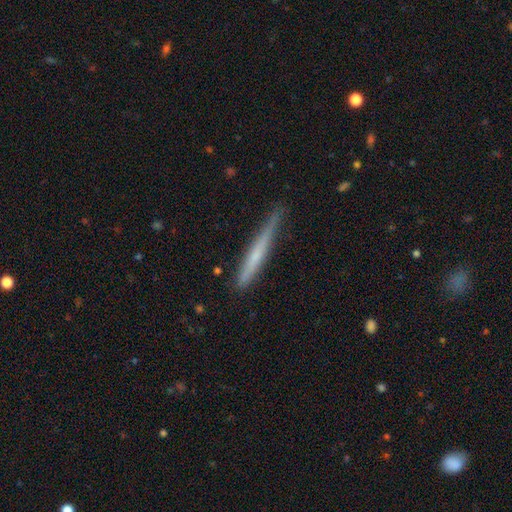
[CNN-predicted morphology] This appears to be a smooth galaxy with no disk features (51%) that is cigar-shaped (96%). Merging: none (73%).